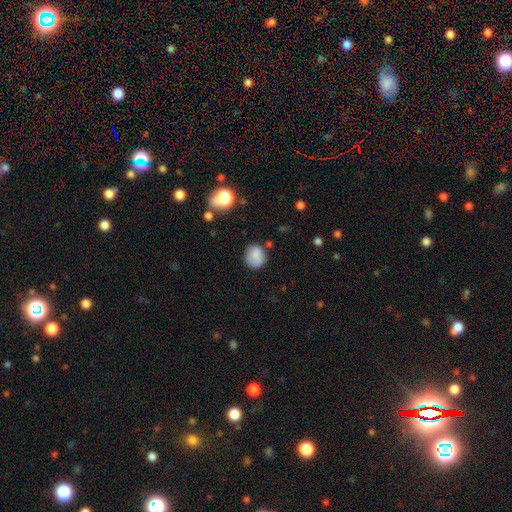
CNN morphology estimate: Smooth or featured? Predicted: smooth (p=0.83). How rounded? Predicted: round (p=0.76). Merging? Predicted: none (p=0.75).